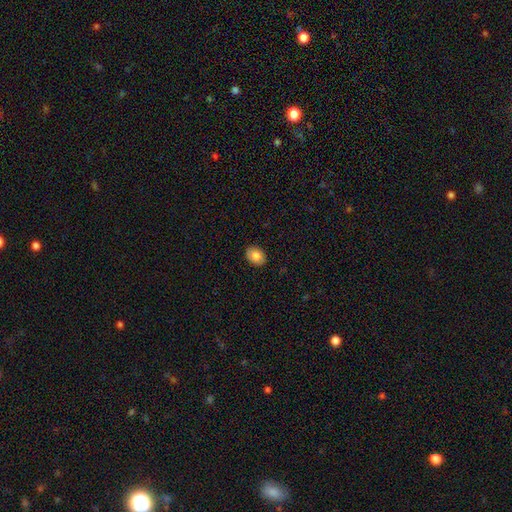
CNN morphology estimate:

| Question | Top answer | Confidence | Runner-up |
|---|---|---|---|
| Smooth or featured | smooth | 82% | featured or disk (10%) |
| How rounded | in between | 66% | round (34%) |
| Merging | none | 90% | minor disturbance (7%) |